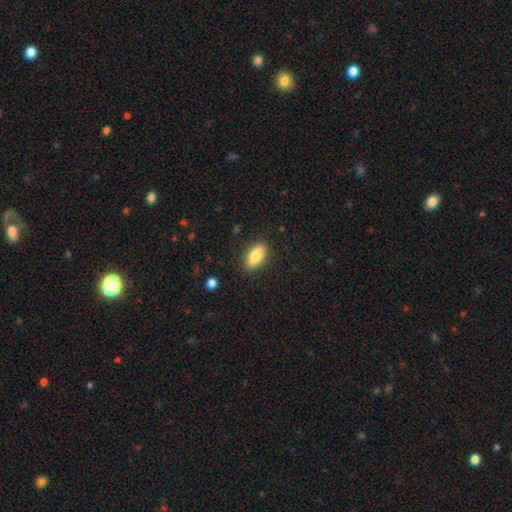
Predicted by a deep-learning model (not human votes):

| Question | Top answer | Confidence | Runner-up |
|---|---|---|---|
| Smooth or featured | smooth | 83% | featured or disk (10%) |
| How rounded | in between | 83% | cigar-shaped (13%) |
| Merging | none | 86% | minor disturbance (10%) |